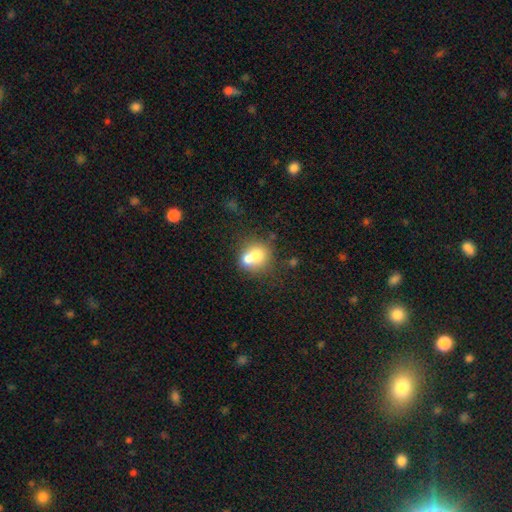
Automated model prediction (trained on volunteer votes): Smooth or featured: smooth — 67% (featured or disk — 22%)
How rounded: round — 73% (in between — 26%)
Merging: merger — 58% (none — 30%)